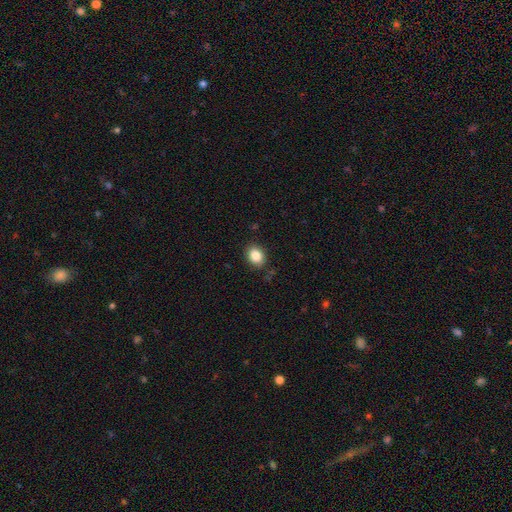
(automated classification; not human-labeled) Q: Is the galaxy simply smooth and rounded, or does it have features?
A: smooth — 85%.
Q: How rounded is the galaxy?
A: in between — 57%.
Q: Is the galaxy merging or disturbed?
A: none — 86%.